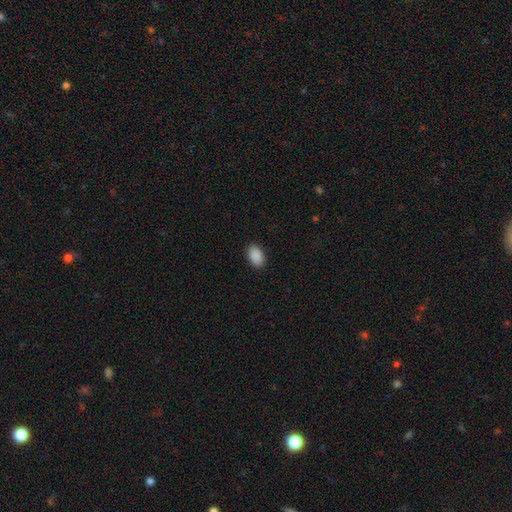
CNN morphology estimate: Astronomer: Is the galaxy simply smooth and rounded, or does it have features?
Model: smooth — 90%.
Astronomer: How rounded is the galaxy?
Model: in between — 91%.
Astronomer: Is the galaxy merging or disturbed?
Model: none — 89%.